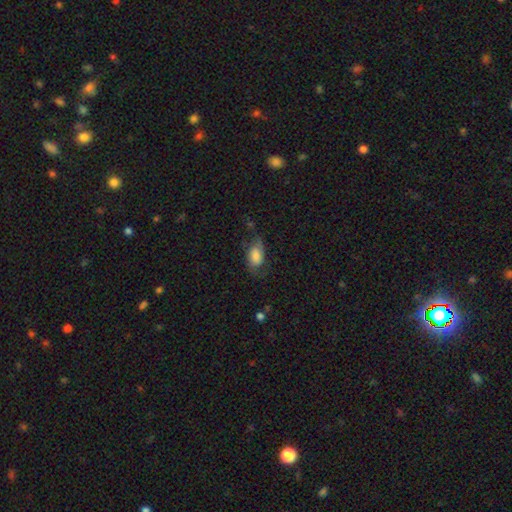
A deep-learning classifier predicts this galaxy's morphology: smooth-or-featured: smooth: 51% | featured or disk: 40% | star or artifact: 9%
  how-rounded: in between: 87% | round: 10% | cigar-shaped: 3%
  merging: none: 50% | minor disturbance: 26% | major disturbance: 21% | merger: 2%